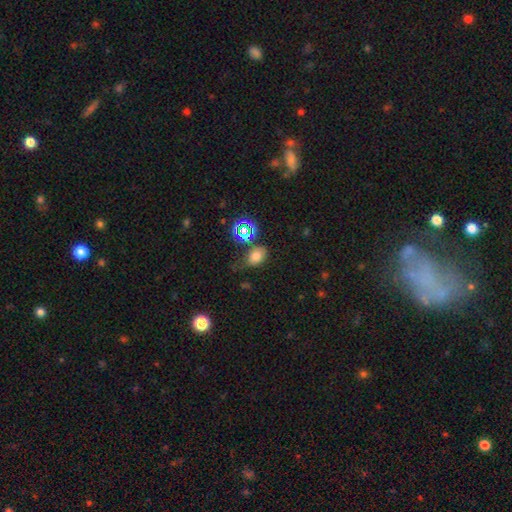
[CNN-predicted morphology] A smooth galaxy with no disk features (69%) that is in between round and cigar-shaped (74%).

Vote fractions:
- Smooth or featured? smooth: 69% / star or artifact: 22% / featured or disk: 9%
- How rounded? in between: 74% / round: 25% / cigar-shaped: 2%
- Merging? none: 60% / minor disturbance: 22% / major disturbance: 10% / merger: 8%